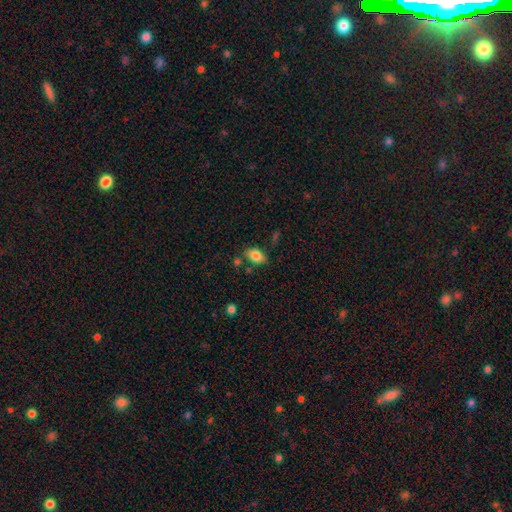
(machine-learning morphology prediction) smooth-or-featured: smooth: 83% | featured or disk: 8% | star or artifact: 8%
  how-rounded: in between: 88% | round: 10% | cigar-shaped: 2%
  merging: none: 75% | minor disturbance: 15% | merger: 6% | major disturbance: 4%